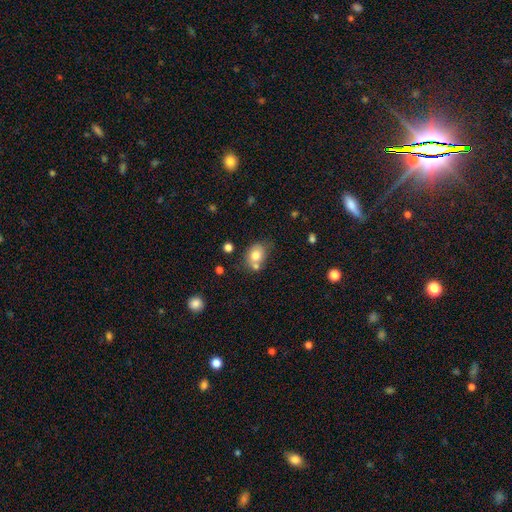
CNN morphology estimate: Q: Smooth or featured?
A: smooth (76%); runner-up: featured or disk (14%)
Q: How rounded?
A: in between (54%); runner-up: round (45%)
Q: Merging?
A: none (50%); runner-up: merger (28%)